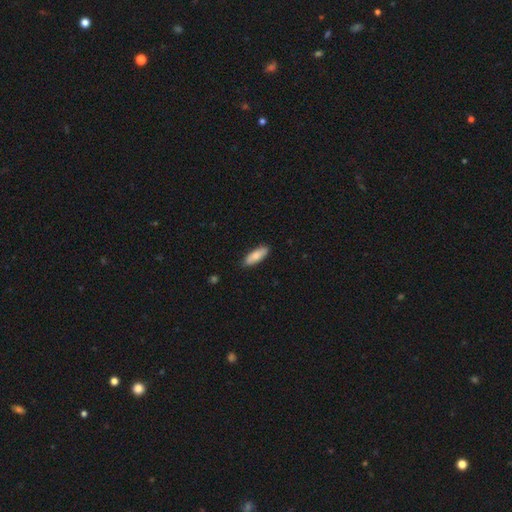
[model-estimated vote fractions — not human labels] Smooth or featured? smooth (81%)
How rounded? in between (67%)
Merging? none (88%)